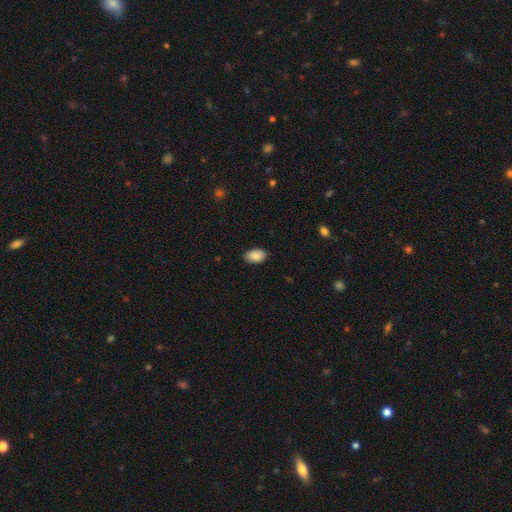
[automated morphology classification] Q: Smooth or featured?
A: smooth (89%); runner-up: star or artifact (7%)
Q: How rounded?
A: in between (91%); runner-up: round (8%)
Q: Merging?
A: none (87%); runner-up: minor disturbance (10%)